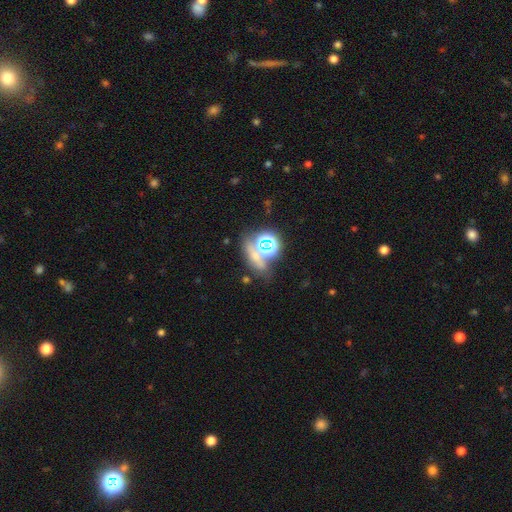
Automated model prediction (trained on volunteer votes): Morphology: type=smooth (44%); merging=none (54%).